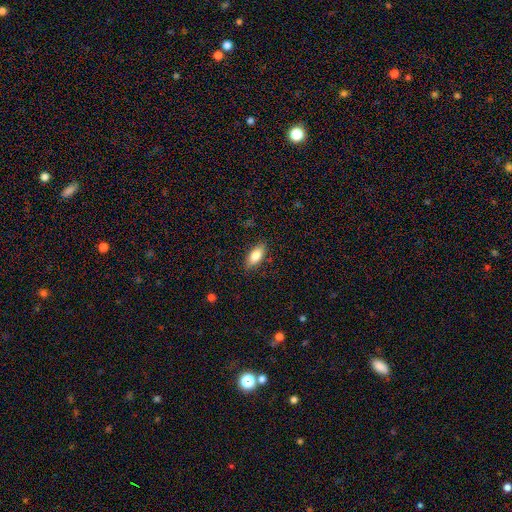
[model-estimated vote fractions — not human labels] Smooth or featured? Predicted: smooth (p=0.79). How rounded? Predicted: in between (p=0.84). Merging? Predicted: none (p=0.84).